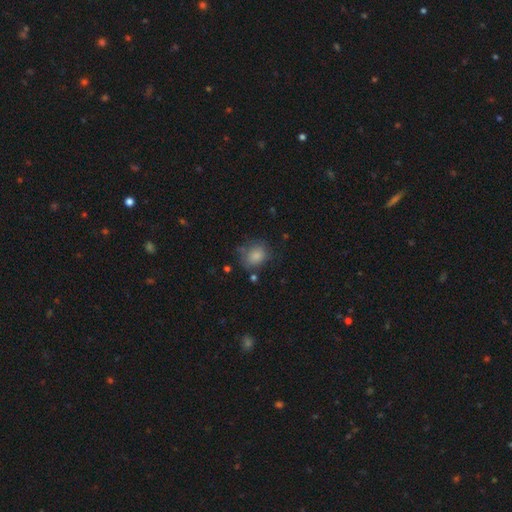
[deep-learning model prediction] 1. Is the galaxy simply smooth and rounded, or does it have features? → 81% smooth, 10% featured or disk, 9% star or artifact.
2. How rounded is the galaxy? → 58% round, 41% in between, 1% cigar-shaped.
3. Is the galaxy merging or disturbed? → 58% none, 25% minor disturbance, 11% major disturbance, 5% merger.